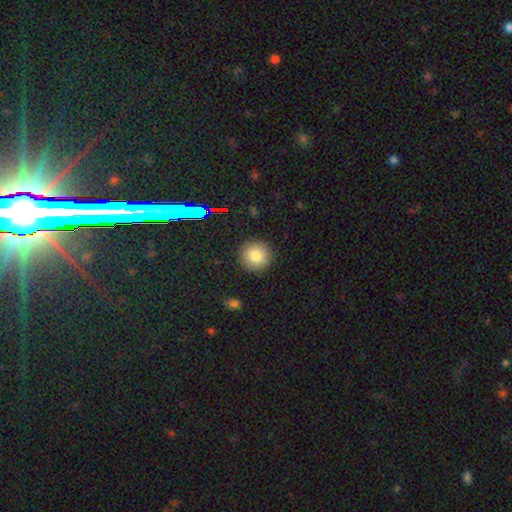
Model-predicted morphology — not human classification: Smooth or featured: smooth — 81% (star or artifact — 11%)
How rounded: round — 94% (in between — 5%)
Merging: none — 91% (minor disturbance — 6%)